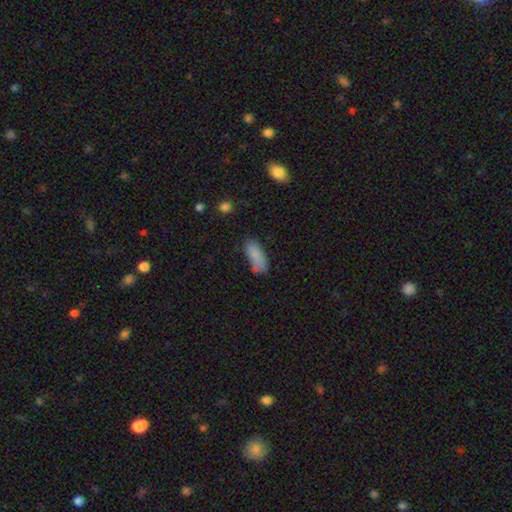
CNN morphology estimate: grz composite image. It shows a smooth galaxy with no disk features (83%) that is in between round and cigar-shaped (82%). Merging: none (55%).